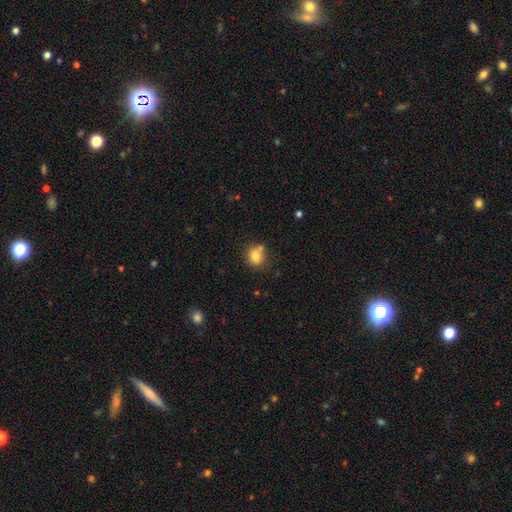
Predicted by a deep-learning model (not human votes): Smooth or featured? Predicted: smooth (p=0.80). How rounded? Predicted: round (p=0.64). Merging? Predicted: none (p=0.62).